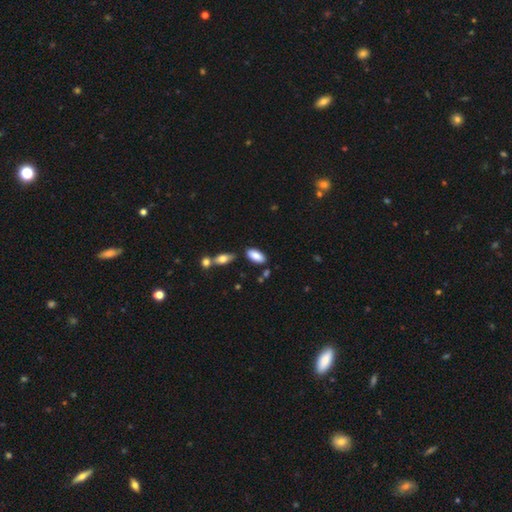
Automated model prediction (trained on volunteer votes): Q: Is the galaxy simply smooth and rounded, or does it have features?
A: smooth — 86%.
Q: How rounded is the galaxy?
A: in between — 87%.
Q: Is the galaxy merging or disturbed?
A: none — 78%.